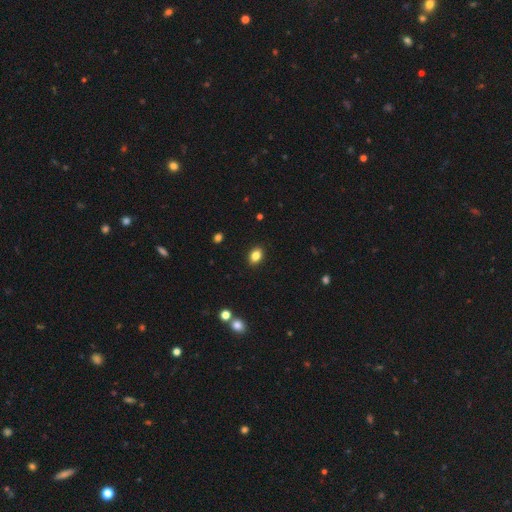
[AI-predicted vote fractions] Overall: smooth (84%). How rounded: in between (75%). Merging: none (90%).